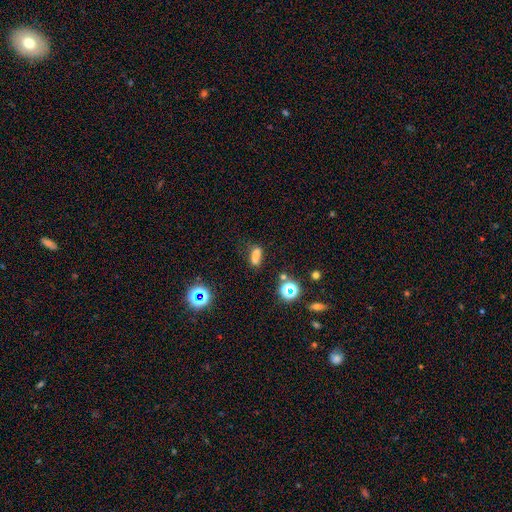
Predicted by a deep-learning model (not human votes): A smooth galaxy with no disk features (71%) that is in between round and cigar-shaped (49%). Merging: none (69%).